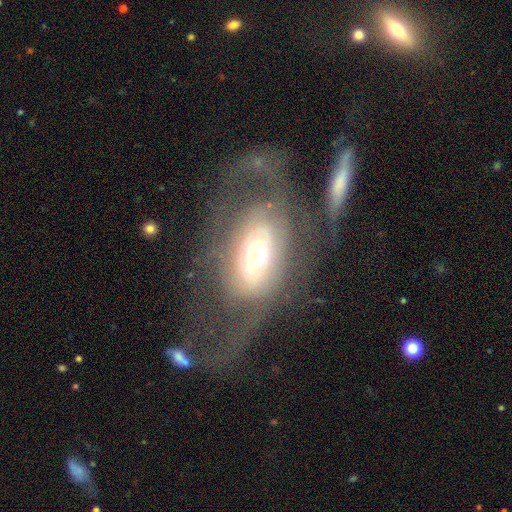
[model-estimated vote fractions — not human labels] A featured or disk galaxy (66%) with no bar (63%), spiral arms (58%) and a moderate central bulge (58%).

Vote fractions:
- Smooth or featured? featured or disk: 66% / smooth: 26% / star or artifact: 8%
- Edge-on disk? no: 92% / yes: 8%
- Bar? no: 63% / weak: 26% / strong: 11%
- Spiral arms? yes: 58% / no: 42%
- Bulge size? moderate: 58% / large: 26% / small: 11% / dominant: 4% / none: 1%
- Merging? major disturbance: 40% / none: 33% / minor disturbance: 16% / merger: 11%